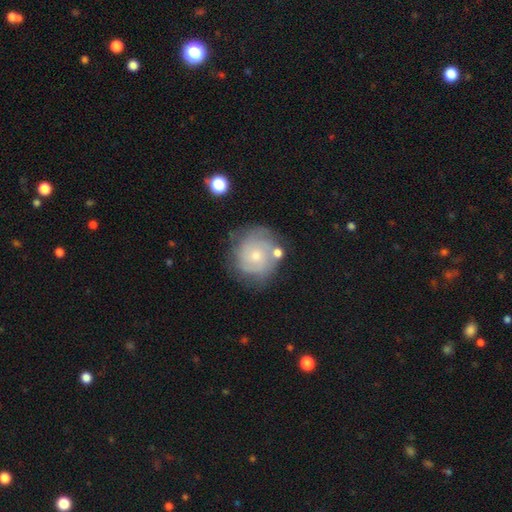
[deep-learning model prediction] Smooth or featured: featured or disk — 67% (smooth — 25%)
Edge-on disk: no — 98% (yes — 2%)
Bar: no — 78% (weak — 19%)
Spiral arms: yes — 86% (no — 14%)
Spiral winding: tight — 65% (medium — 26%)
Spiral arm count: can't tell — 38% (2 — 27%)
Bulge size: small — 60% (moderate — 35%)
Merging: none — 69% (minor disturbance — 18%)